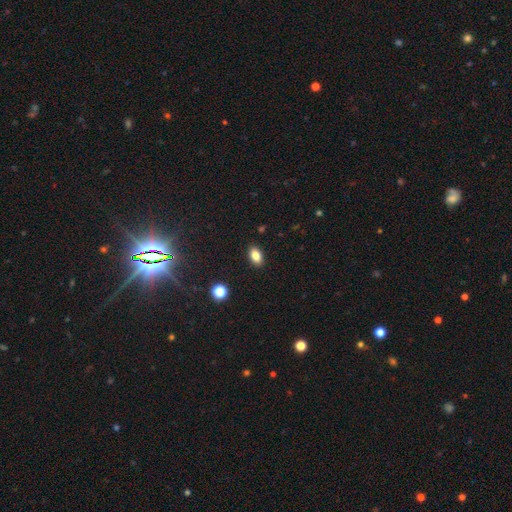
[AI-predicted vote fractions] The model was most divided on "smooth or featured": smooth: 83%, star or artifact: 10%, featured or disk: 7%. More confident: merging — none (89%); how rounded — in between (89%).